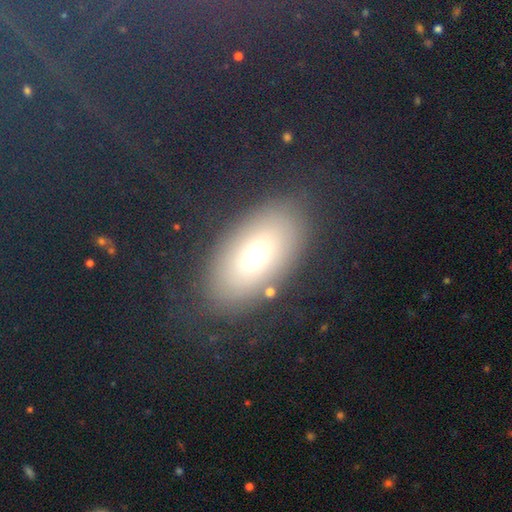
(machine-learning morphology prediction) Smooth or featured?
  - smooth: 60% *
  - featured or disk: 28%
  - star or artifact: 13%
How rounded?
  - in between: 89% *
  - round: 7%
  - cigar-shaped: 3%
Merging?
  - none: 76% *
  - minor disturbance: 13%
  - major disturbance: 9%
  - merger: 2%